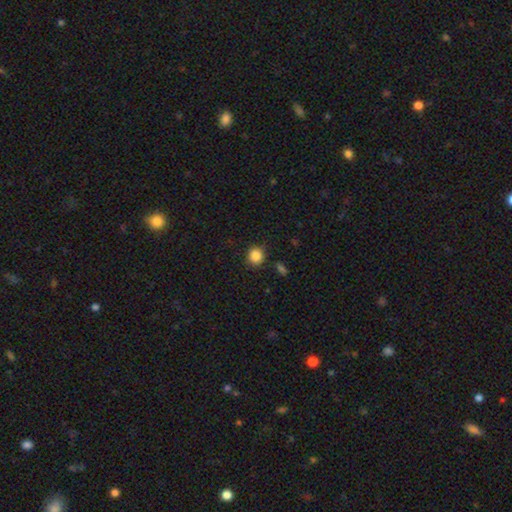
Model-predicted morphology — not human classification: Smooth or featured? Predicted: smooth (p=0.86). How rounded? Predicted: round (p=0.87). Merging? Predicted: none (p=0.87).